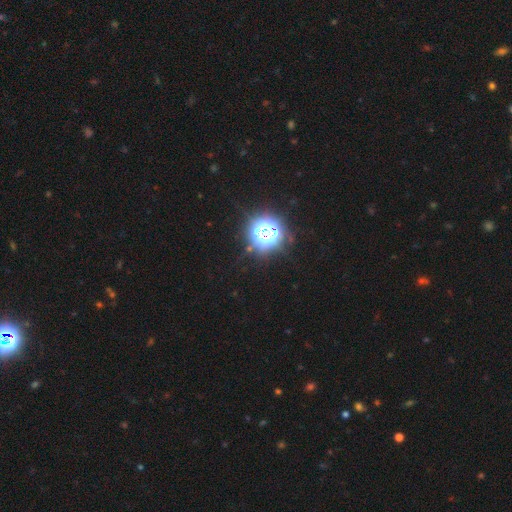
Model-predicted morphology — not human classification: A star or artifact, not a galaxy (85%).